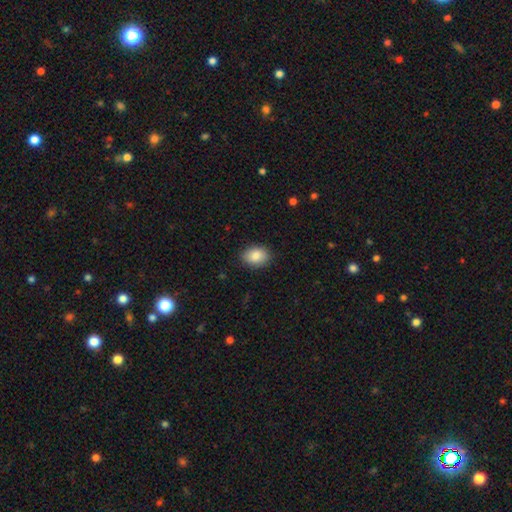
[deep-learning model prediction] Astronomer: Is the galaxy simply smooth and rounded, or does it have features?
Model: smooth — 86%.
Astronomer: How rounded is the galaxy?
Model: in between — 73%.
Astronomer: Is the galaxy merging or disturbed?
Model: none — 87%.